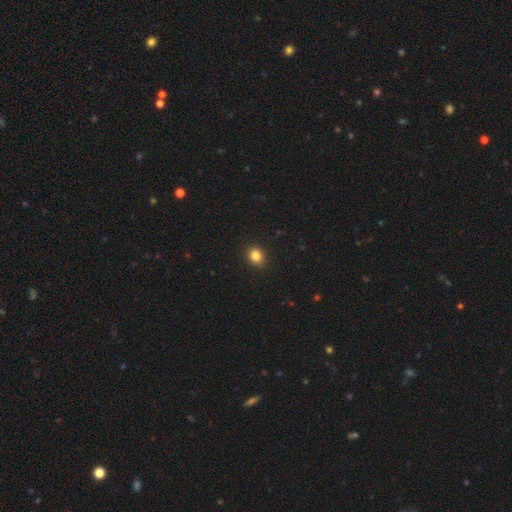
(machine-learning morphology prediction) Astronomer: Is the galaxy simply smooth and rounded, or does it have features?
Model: smooth — 84%.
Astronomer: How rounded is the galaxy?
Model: round — 62%.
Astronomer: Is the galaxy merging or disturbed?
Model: none — 89%.